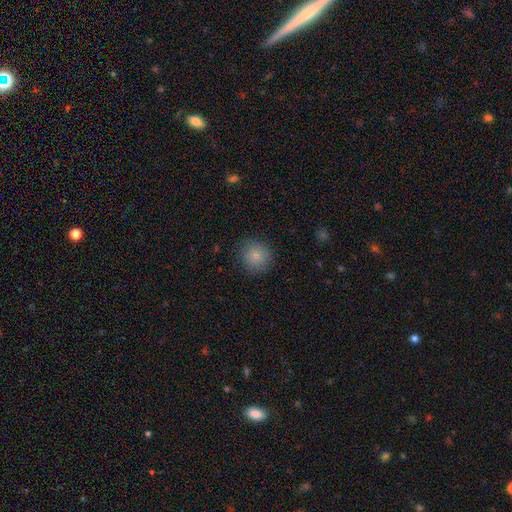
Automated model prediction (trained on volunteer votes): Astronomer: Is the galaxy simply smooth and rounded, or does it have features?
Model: smooth — 85%.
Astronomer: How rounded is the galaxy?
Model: round — 91%.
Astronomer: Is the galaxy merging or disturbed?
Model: none — 87%.